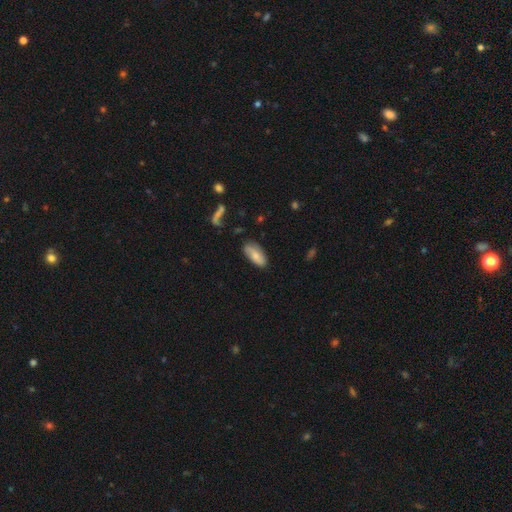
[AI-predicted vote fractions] Smooth or featured? smooth (74%)
How rounded? in between (87%)
Merging? none (72%)